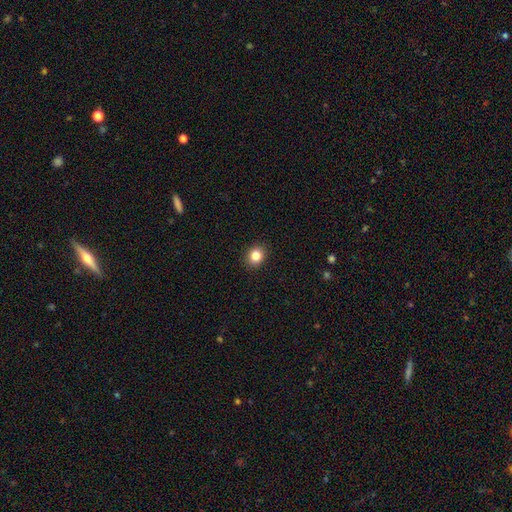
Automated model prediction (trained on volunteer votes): smooth 83%, star or artifact 11%, featured or disk 6%. Down the decision tree: how rounded — round (71%); merging — none (91%).